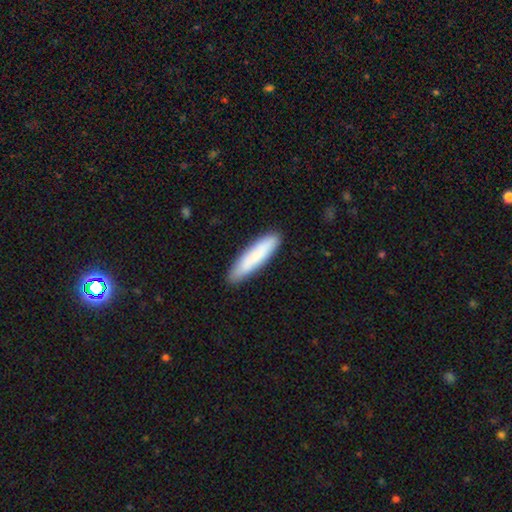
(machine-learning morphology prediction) smooth-or-featured: smooth: 82% | featured or disk: 13% | star or artifact: 5%
  how-rounded: cigar-shaped: 82% | in between: 16% | round: 1%
  merging: none: 89% | minor disturbance: 8% | major disturbance: 2% | merger: 1%